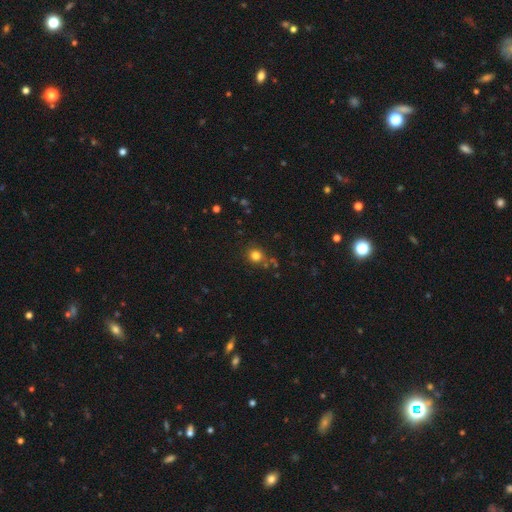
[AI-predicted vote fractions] smooth_or_featured: smooth (p=0.79) [alt: star or artifact p=0.15]
how_rounded: round (p=0.87) [alt: in between p=0.12]
merging: none (p=0.77) [alt: minor disturbance p=0.12]